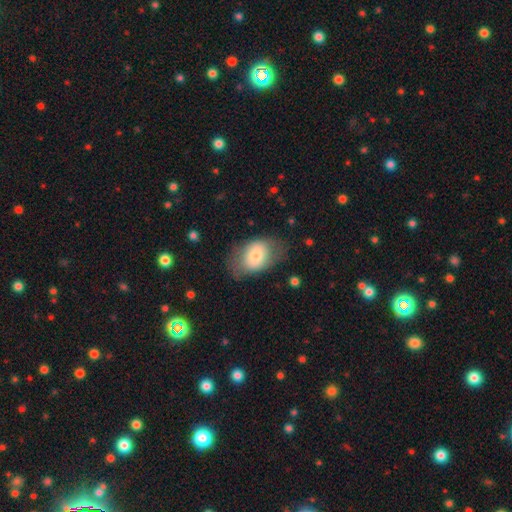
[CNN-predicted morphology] Smooth or featured? smooth (72%)
How rounded? in between (81%)
Merging? none (65%)